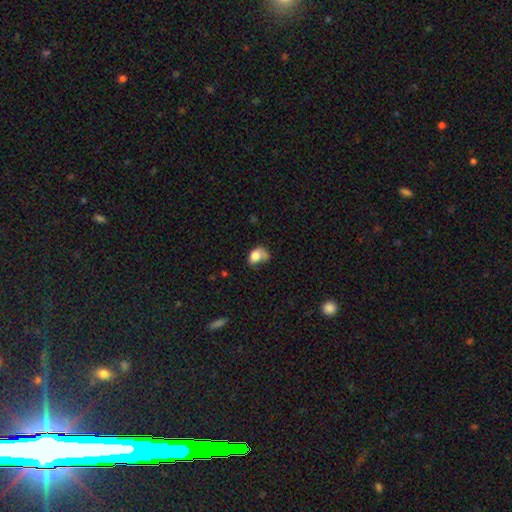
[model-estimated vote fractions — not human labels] The model was most divided on "merging": minor disturbance: 31%, major disturbance: 29%, none: 29%, merger: 12%. More confident: smooth or featured — smooth (76%); how rounded — in between (72%).